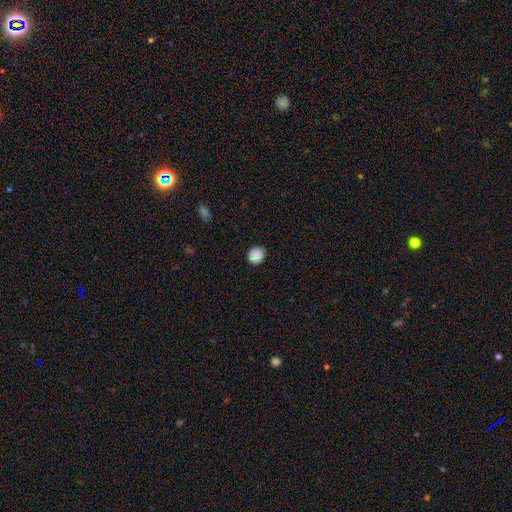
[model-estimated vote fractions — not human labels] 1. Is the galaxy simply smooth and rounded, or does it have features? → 88% smooth, 9% star or artifact, 3% featured or disk.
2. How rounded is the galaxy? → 76% round, 23% in between, 1% cigar-shaped.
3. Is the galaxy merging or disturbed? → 86% none, 11% minor disturbance, 2% major disturbance, 1% merger.